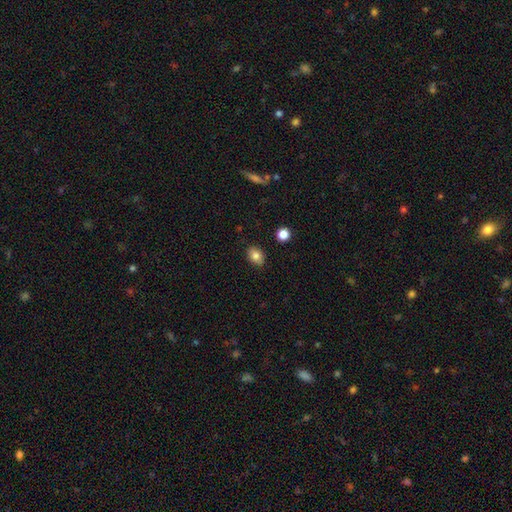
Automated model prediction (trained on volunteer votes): smooth 83%, star or artifact 9%, featured or disk 8%. Down the decision tree: how rounded — in between (71%); merging — none (86%).